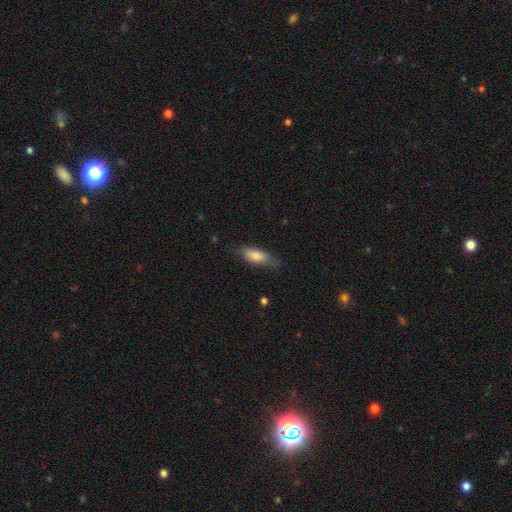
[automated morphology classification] Overall: smooth (76%). How rounded: in between (67%; cigar-shaped 31%). Merging: none (68%).